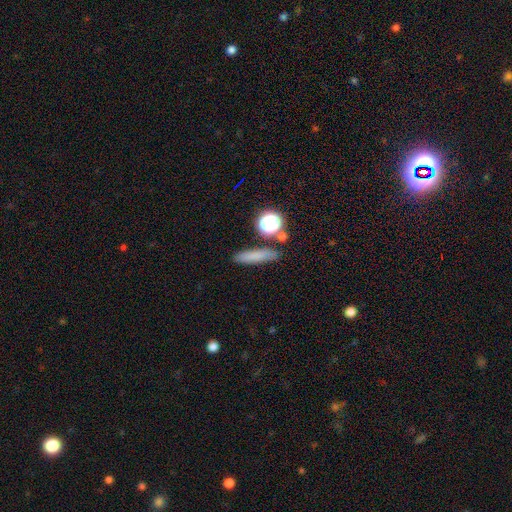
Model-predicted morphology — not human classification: smooth 73%, star or artifact 14%, featured or disk 13%. Down the decision tree: how rounded — cigar-shaped (71%); merging — none (81%).